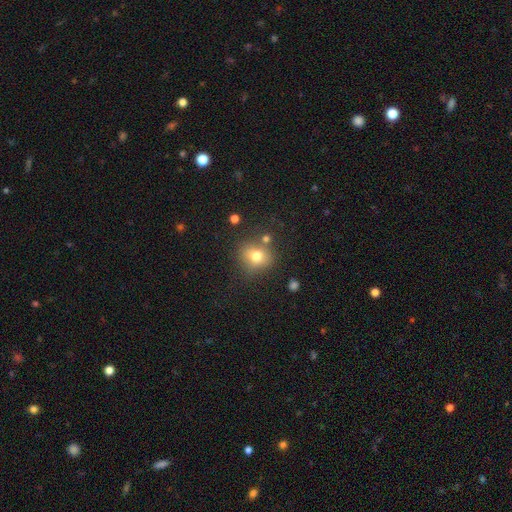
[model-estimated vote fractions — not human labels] smooth-or-featured: smooth: 74% | star or artifact: 13% | featured or disk: 12%
  how-rounded: round: 79% | in between: 20% | cigar-shaped: 1%
  merging: none: 72% | minor disturbance: 14% | merger: 9% | major disturbance: 5%